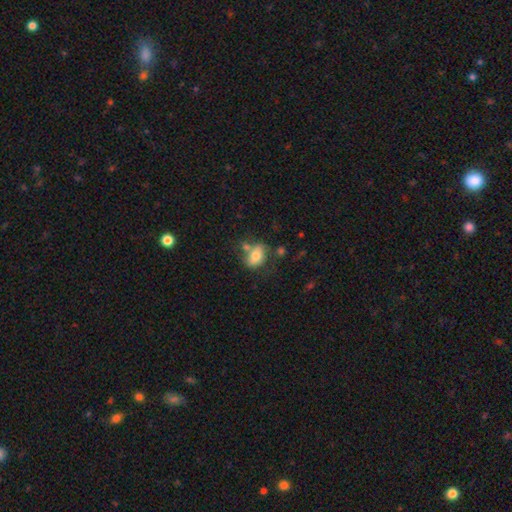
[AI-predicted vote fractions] smooth-or-featured: smooth: 68% | featured or disk: 23% | star or artifact: 9%
  how-rounded: in between: 73% | round: 25% | cigar-shaped: 2%
  merging: none: 46% | merger: 23% | minor disturbance: 21% | major disturbance: 10%